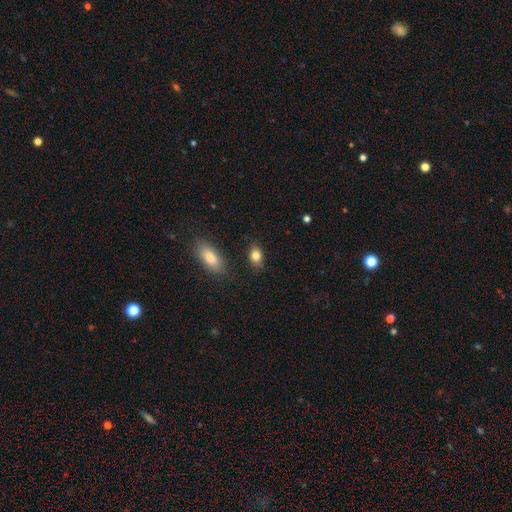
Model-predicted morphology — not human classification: This appears to be a smooth galaxy with no disk features (84%) that is in between round and cigar-shaped (82%). Merging: none (84%).